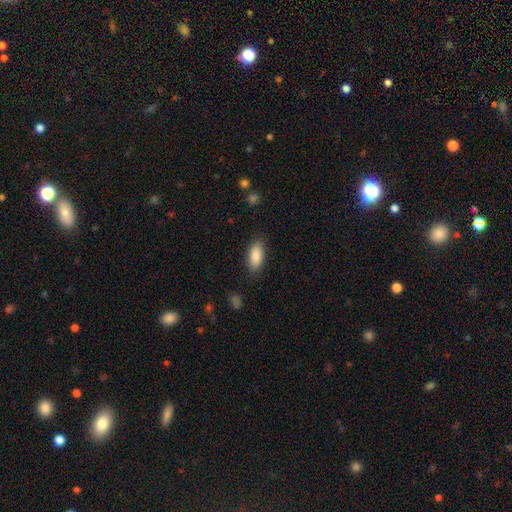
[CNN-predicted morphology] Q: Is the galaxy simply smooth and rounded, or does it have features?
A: smooth — 87%.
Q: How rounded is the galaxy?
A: in between — 89%.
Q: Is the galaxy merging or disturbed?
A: none — 84%.